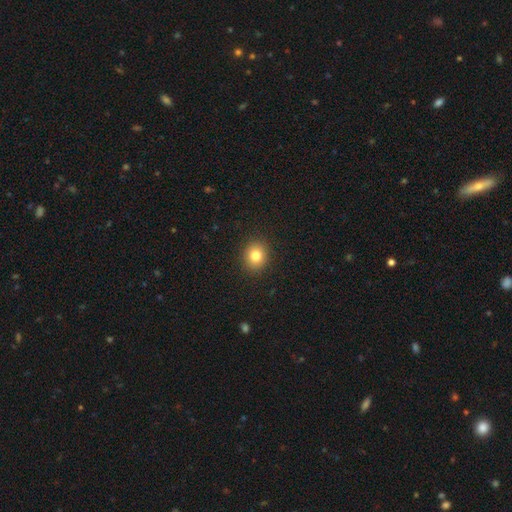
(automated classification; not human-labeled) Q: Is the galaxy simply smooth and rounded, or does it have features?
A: smooth — 81%.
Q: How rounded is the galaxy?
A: round — 75%.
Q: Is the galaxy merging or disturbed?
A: none — 91%.